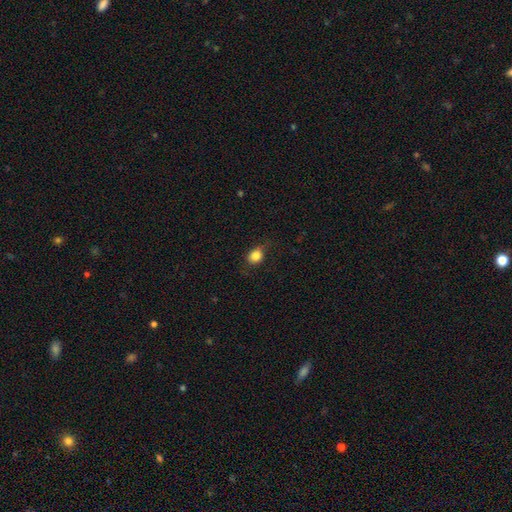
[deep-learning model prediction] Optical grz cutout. It shows a smooth galaxy with no disk features (83%) that is round (61%). Merging: none (76%).